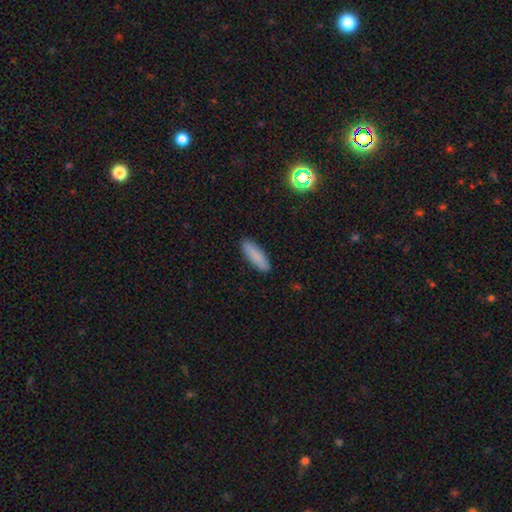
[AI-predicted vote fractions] This is clearly a smooth galaxy (85%). How rounded: likely cigar-shaped (65%). Merging: clearly none (89%).